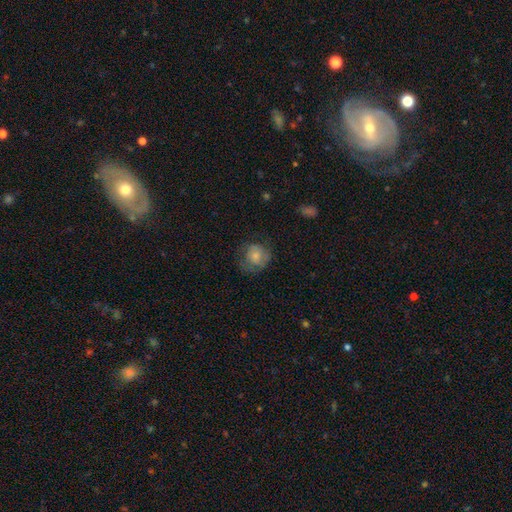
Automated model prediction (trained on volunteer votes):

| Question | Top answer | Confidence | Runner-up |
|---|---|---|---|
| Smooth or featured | smooth | 73% | featured or disk (19%) |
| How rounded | round | 80% | in between (19%) |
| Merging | none | 58% | minor disturbance (25%) |